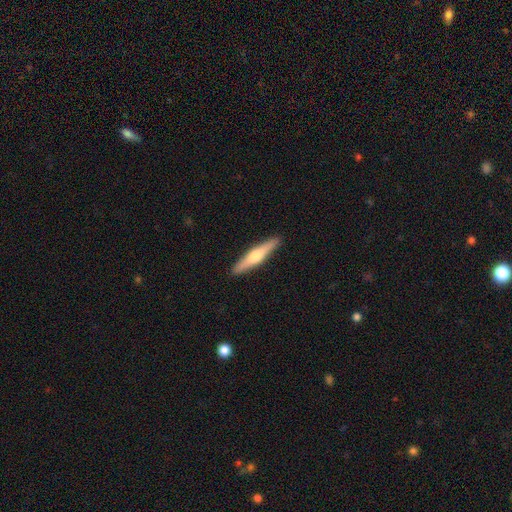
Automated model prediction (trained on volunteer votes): featured or disk 55%, smooth 40%, star or artifact 5%. Down the decision tree: edge-on disk — yes (96%); edge-on bulge — rounded (90%); merging — none (92%).